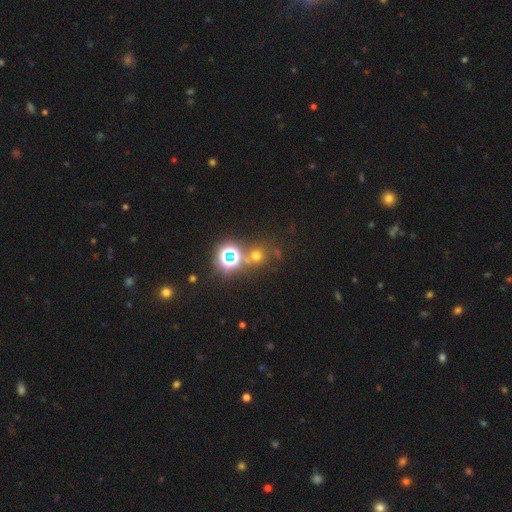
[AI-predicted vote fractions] This is possibly a smooth galaxy (50%). Merging: likely none (68%).